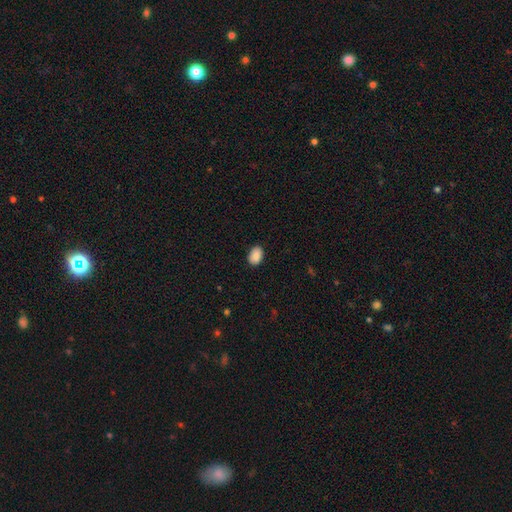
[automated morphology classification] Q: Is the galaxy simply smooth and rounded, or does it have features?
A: smooth — 89%.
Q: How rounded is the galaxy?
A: in between — 83%.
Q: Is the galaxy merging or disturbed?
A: none — 88%.